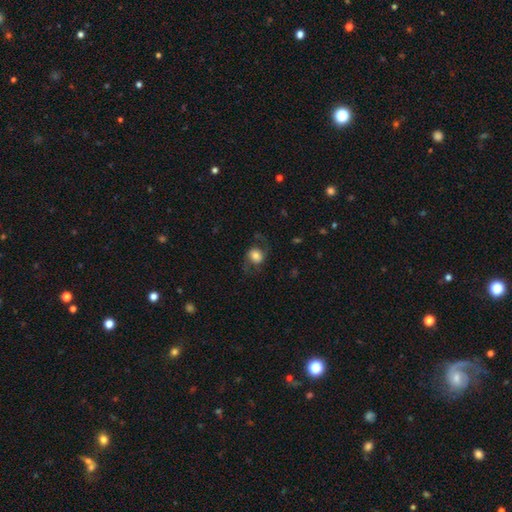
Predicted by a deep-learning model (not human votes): smooth-or-featured: smooth: 52% | featured or disk: 39% | star or artifact: 9%
  how-rounded: round: 70% | in between: 29% | cigar-shaped: 1%
  merging: none: 66% | minor disturbance: 17% | major disturbance: 16% | merger: 2%